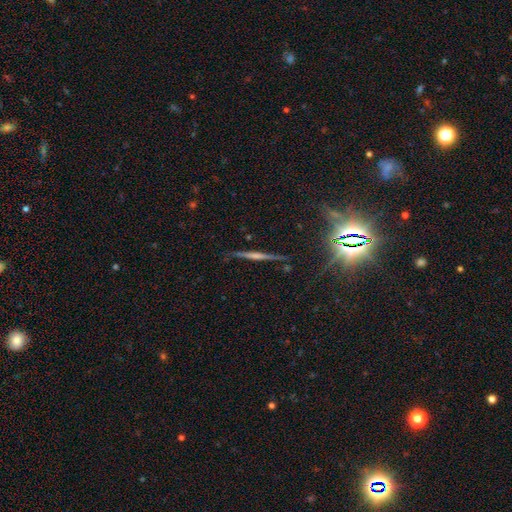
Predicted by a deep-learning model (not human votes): This appears to be a featured or disk galaxy (43%). Merging: none (84%).